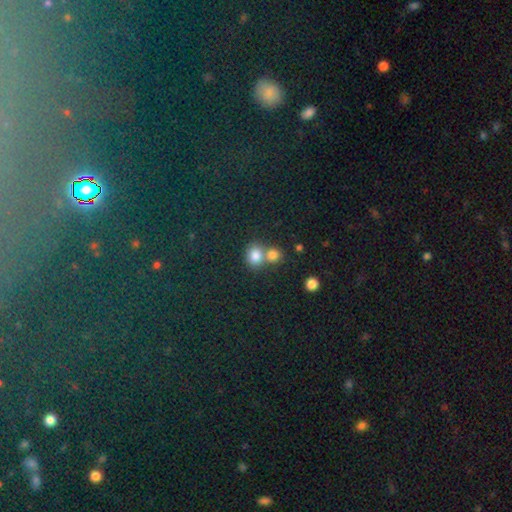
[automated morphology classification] smooth-or-featured: smooth: 79% | star or artifact: 13% | featured or disk: 8%
  how-rounded: round: 67% | in between: 32% | cigar-shaped: 1%
  merging: merger: 53% | none: 38% | minor disturbance: 7% | major disturbance: 3%